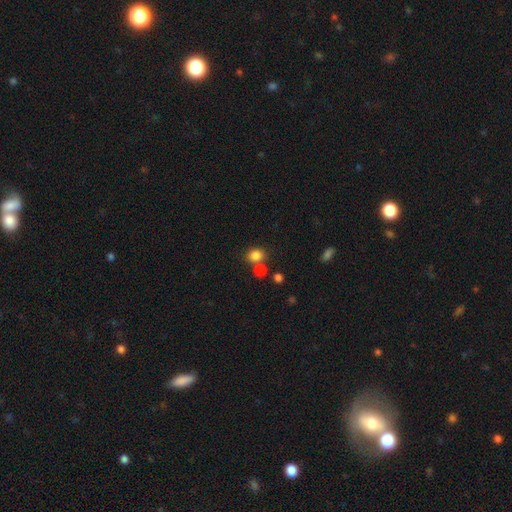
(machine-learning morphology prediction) smooth_or_featured: smooth (p=0.82) [alt: star or artifact p=0.13]
how_rounded: round (p=0.69) [alt: in between p=0.30]
merging: none (p=0.65) [alt: merger p=0.22]